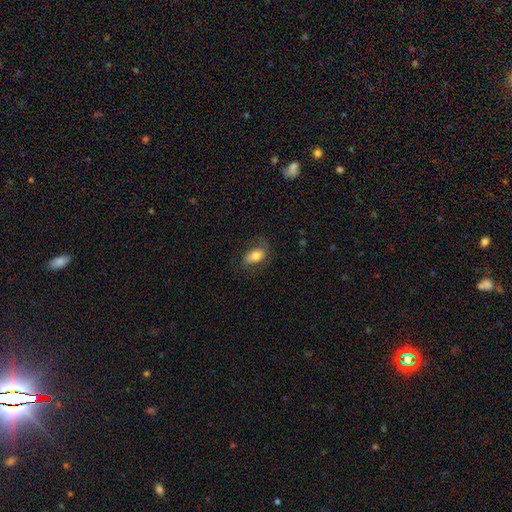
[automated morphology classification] Smooth or featured? smooth (70%)
How rounded? in between (89%)
Merging? none (66%)